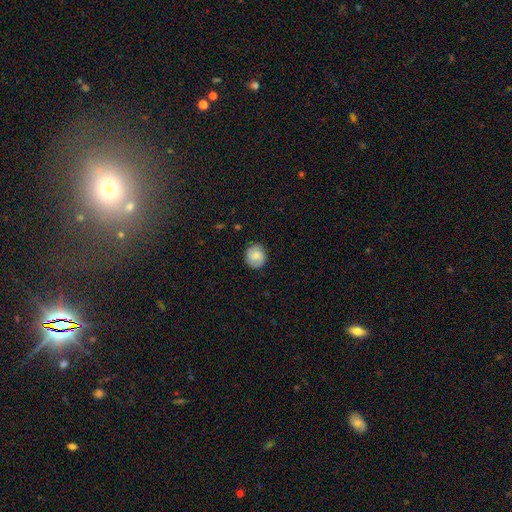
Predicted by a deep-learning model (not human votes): Smooth or featured?
  - smooth: 68% *
  - featured or disk: 25%
  - star or artifact: 8%
How rounded?
  - round: 85% *
  - in between: 14%
  - cigar-shaped: 1%
Merging?
  - none: 85% *
  - minor disturbance: 11%
  - major disturbance: 2%
  - merger: 1%